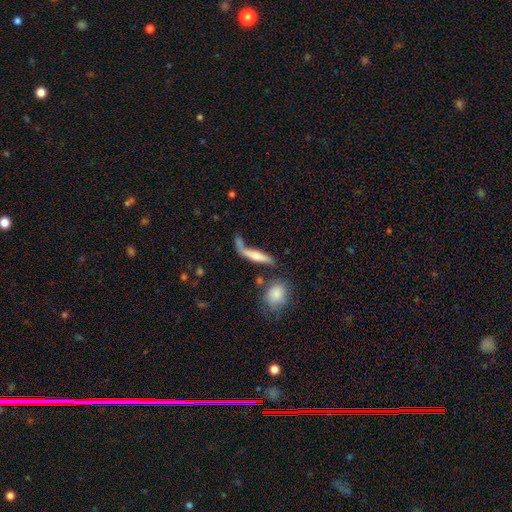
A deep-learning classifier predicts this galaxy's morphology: This is possibly a smooth galaxy (52%). How rounded: likely cigar-shaped (72%). Merging: marginally none (37%).